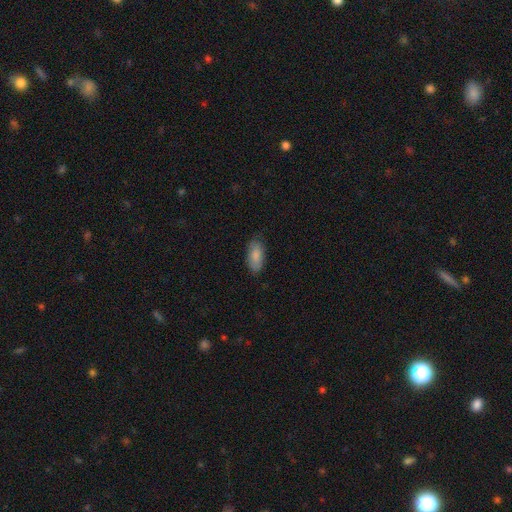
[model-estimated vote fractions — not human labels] This is clearly a smooth galaxy (86%). How rounded: clearly in between (90%). Merging: clearly none (82%).